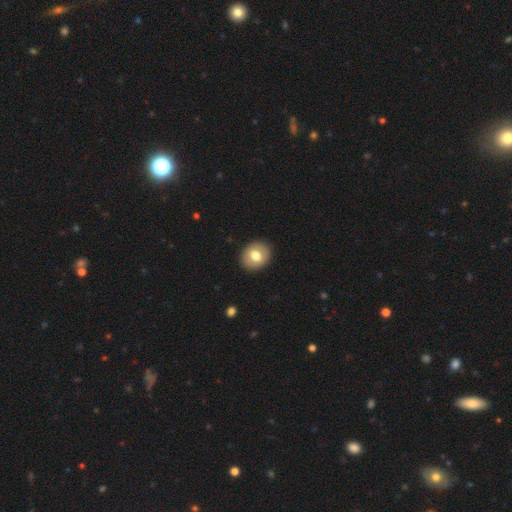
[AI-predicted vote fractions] Smooth or featured? Predicted: smooth (p=0.74). How rounded? Predicted: round (p=0.65). Merging? Predicted: none (p=0.90).